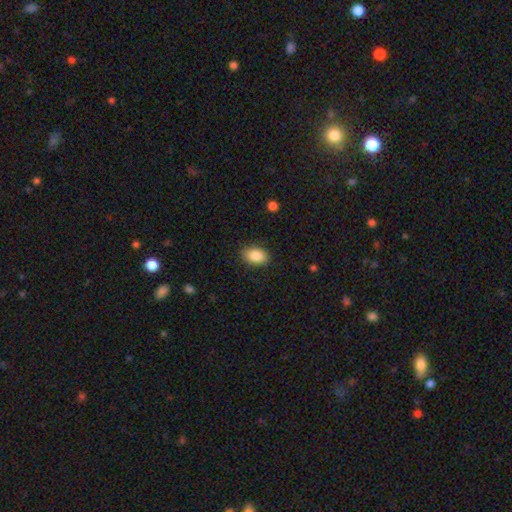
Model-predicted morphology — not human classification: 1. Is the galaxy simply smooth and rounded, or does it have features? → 86% smooth, 8% star or artifact, 6% featured or disk.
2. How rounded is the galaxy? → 85% in between, 13% round, 1% cigar-shaped.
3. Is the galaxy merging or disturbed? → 86% none, 10% minor disturbance, 2% major disturbance, 1% merger.